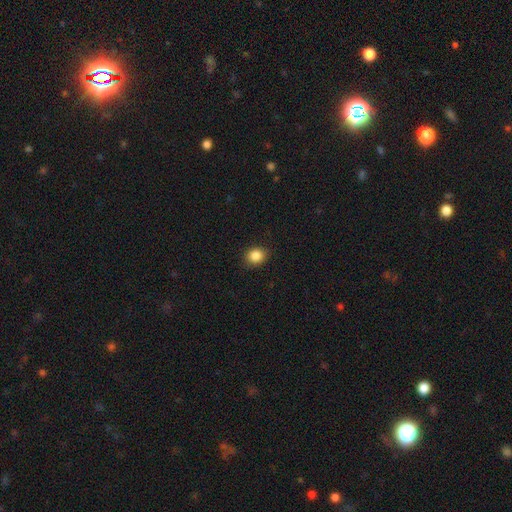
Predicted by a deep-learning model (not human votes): A smooth galaxy with no disk features (86%) that is round (66%). Merging: none (86%).